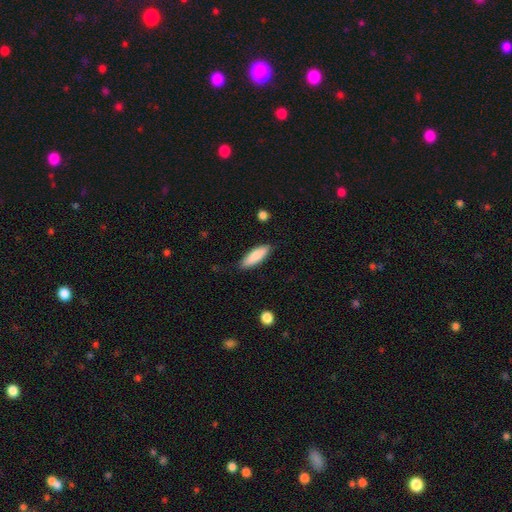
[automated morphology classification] Smooth or featured: smooth — 84% (featured or disk — 11%)
How rounded: in between — 53% (cigar-shaped — 45%)
Merging: none — 84% (minor disturbance — 12%)